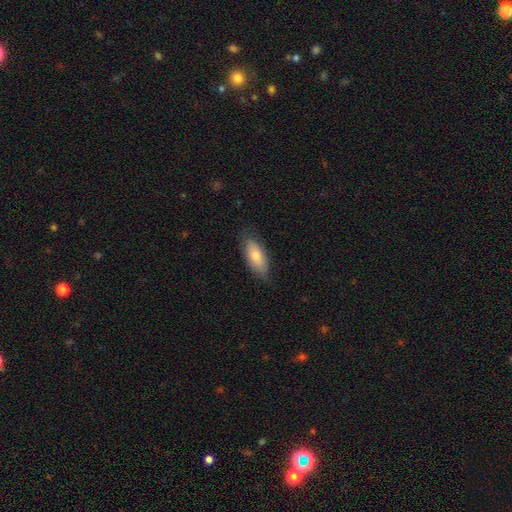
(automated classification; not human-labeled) Morphology: type=smooth (76%); roundness=in between (82%); merging=none (80%).